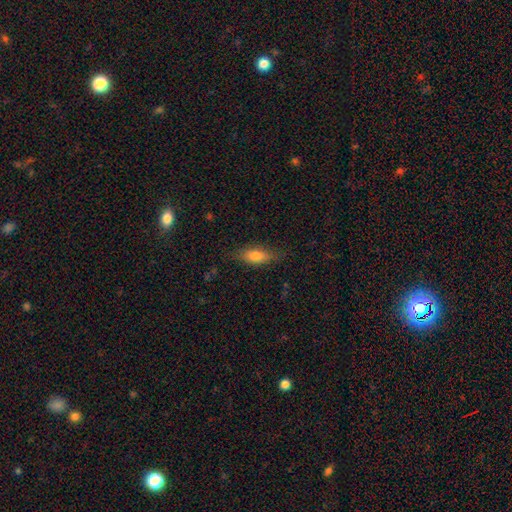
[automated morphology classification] smooth_or_featured: smooth (p=0.72) [alt: featured or disk p=0.20]
how_rounded: in between (p=0.69) [alt: cigar-shaped p=0.28]
merging: none (p=0.78) [alt: minor disturbance p=0.16]